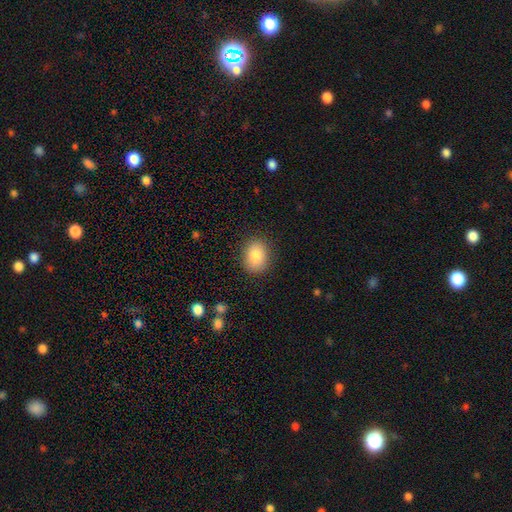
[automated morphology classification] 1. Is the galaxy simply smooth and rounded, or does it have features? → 83% smooth, 9% featured or disk, 8% star or artifact.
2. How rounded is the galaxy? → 59% in between, 40% round, 1% cigar-shaped.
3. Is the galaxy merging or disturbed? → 87% none, 9% minor disturbance, 3% major disturbance, 1% merger.